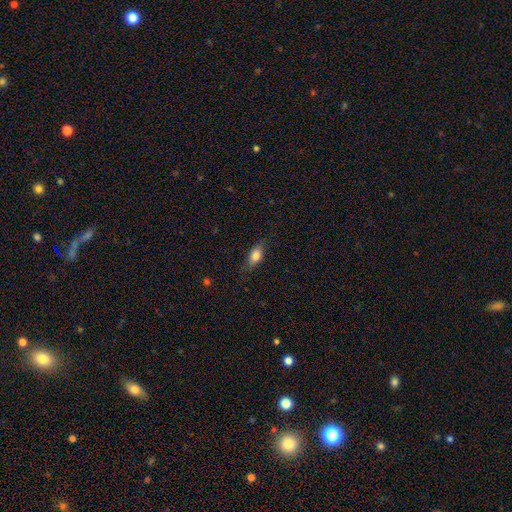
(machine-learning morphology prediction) Overall: smooth (74%). How rounded: in between (79%). Merging: none (76%).